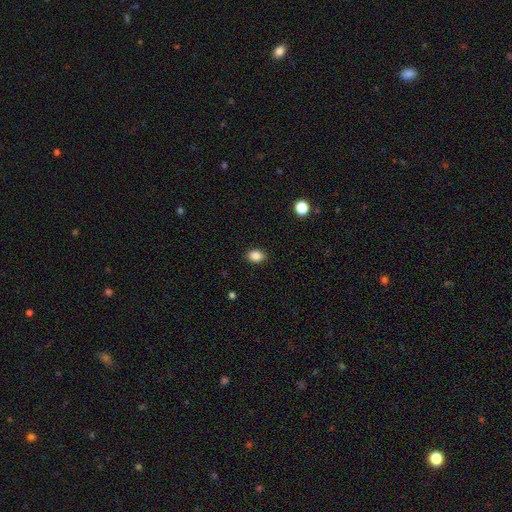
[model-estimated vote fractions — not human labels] Smooth or featured? smooth (86%)
How rounded? in between (73%)
Merging? none (89%)